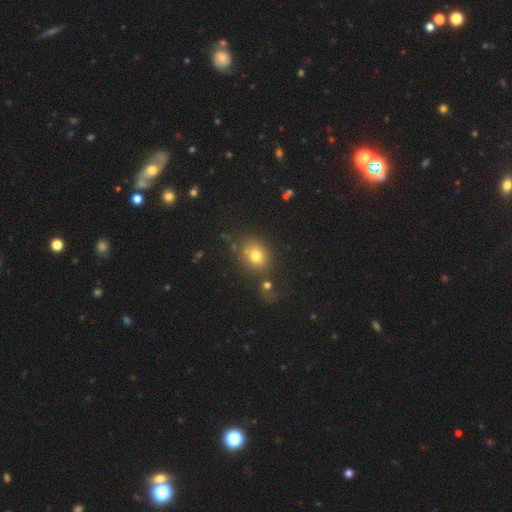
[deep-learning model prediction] smooth_or_featured: smooth (p=0.76) [alt: star or artifact p=0.13]
how_rounded: round (p=0.55) [alt: in between p=0.44]
merging: none (p=0.62) [alt: merger p=0.17]